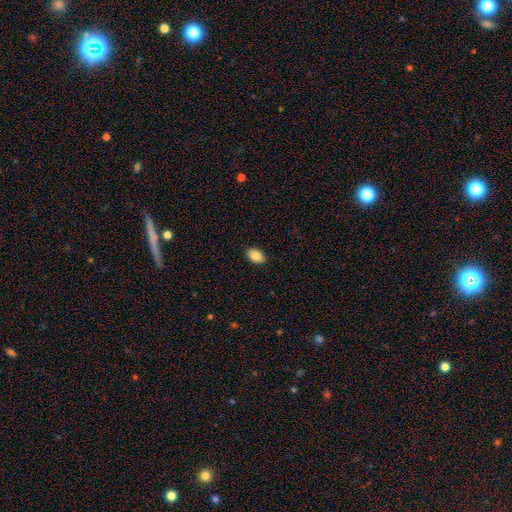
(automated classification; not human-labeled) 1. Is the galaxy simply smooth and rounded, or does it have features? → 84% smooth, 8% featured or disk, 8% star or artifact.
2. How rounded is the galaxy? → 86% in between, 13% round, 1% cigar-shaped.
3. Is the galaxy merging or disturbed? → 88% none, 9% minor disturbance, 2% major disturbance, 1% merger.